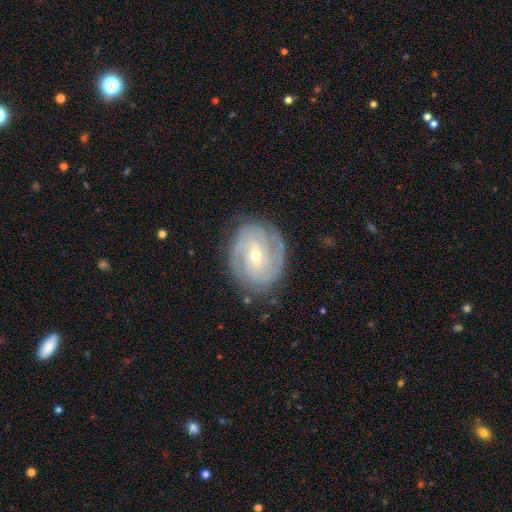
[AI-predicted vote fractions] The model was most divided on "spiral arm count": 2: 36%, can't tell: 23%, 3: 22%, 4: 10%, more than 4: 5%, 1: 5%. More confident: edge-on disk — no (97%); spiral arms — yes (96%); smooth or featured — featured or disk (86%); merging — none (80%); spiral winding — tight (71%); bulge size — small (63%); bar — no (52%).